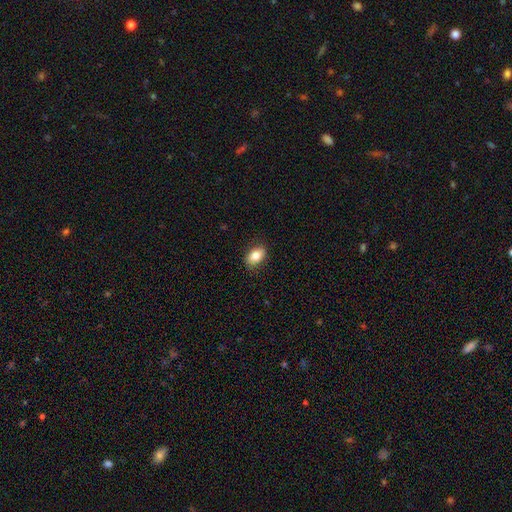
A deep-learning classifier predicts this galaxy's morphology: type=smooth (81%); roundness=in between (85%); merging=none (87%).